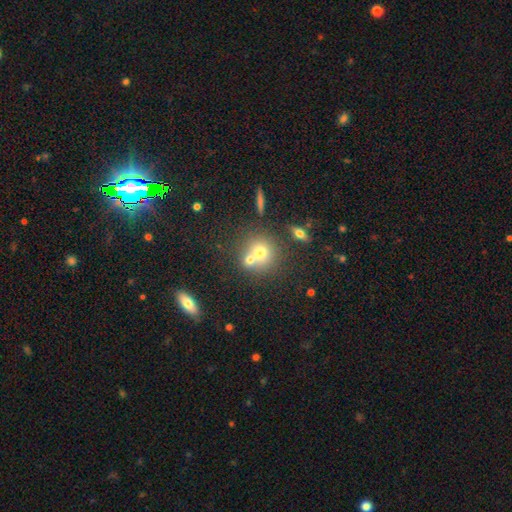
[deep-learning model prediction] Morphology: type=smooth (64%); roundness=round (84%); merging=merger (45%).